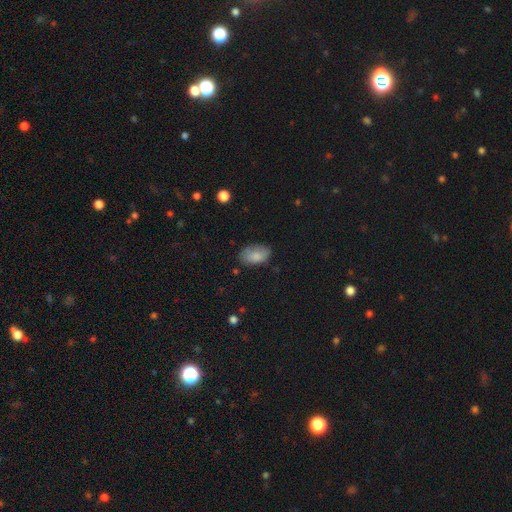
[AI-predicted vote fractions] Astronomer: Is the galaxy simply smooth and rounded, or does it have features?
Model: smooth — 84%.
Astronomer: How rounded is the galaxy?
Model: in between — 92%.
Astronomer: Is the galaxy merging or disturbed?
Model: none — 72%.